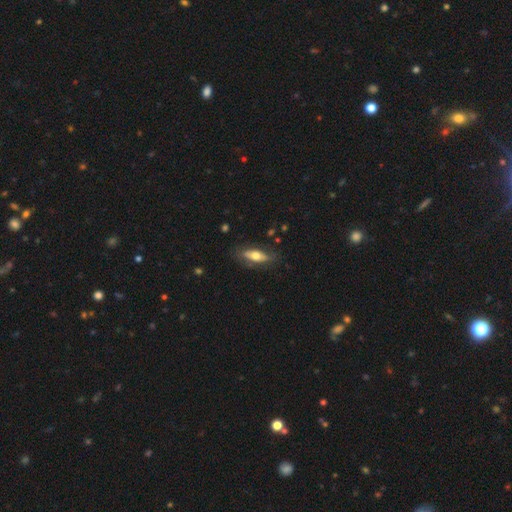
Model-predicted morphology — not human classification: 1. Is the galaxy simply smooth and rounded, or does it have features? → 55% smooth, 40% featured or disk, 6% star or artifact.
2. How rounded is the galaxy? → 62% in between, 35% cigar-shaped, 3% round.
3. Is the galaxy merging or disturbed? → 76% none, 17% minor disturbance, 5% major disturbance, 2% merger.